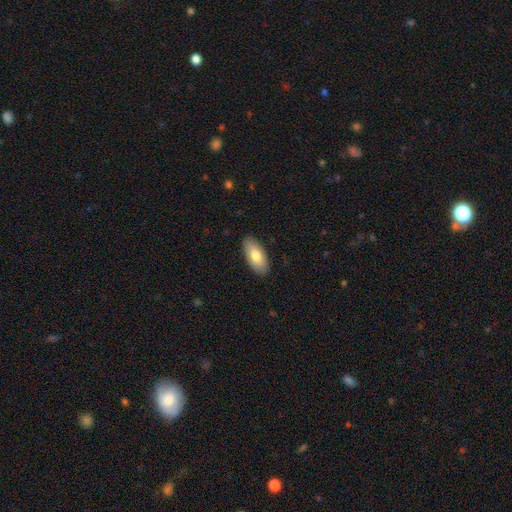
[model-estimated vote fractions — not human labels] A smooth galaxy with no disk features (76%) that is in between round and cigar-shaped (90%). Merging: none (88%).